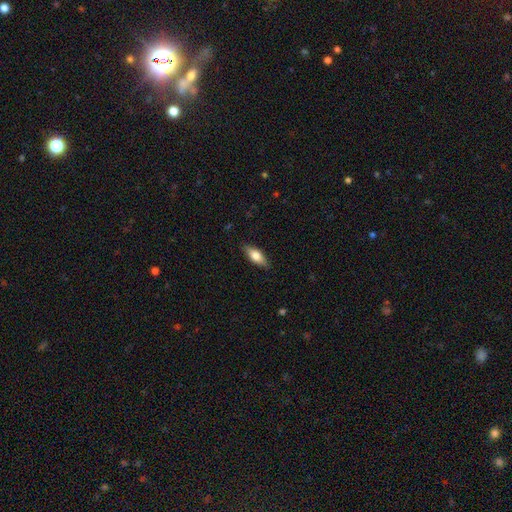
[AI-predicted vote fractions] Overall: smooth (68%). How rounded: in between (72%). Merging: none (86%).